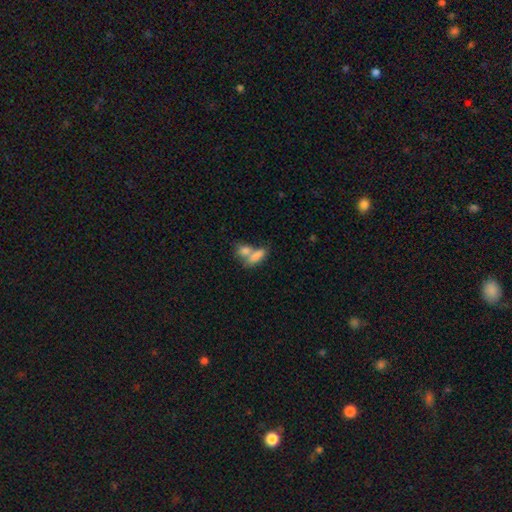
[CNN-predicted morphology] This is likely a smooth galaxy (80%). How rounded: likely in between (79%). Merging: likely merger (60%).